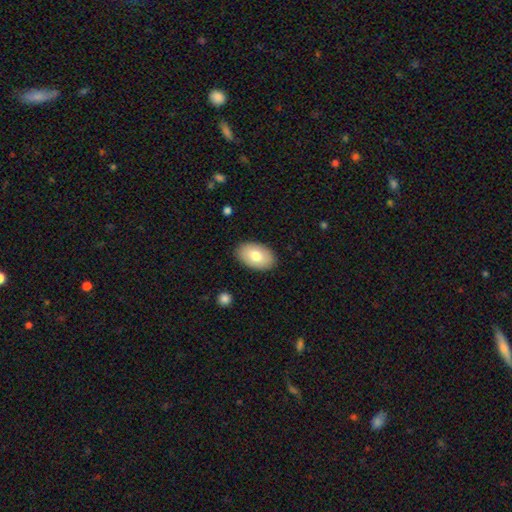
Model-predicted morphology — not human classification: smooth_or_featured: smooth (p=0.77) [alt: featured or disk p=0.17]
how_rounded: in between (p=0.93) [alt: round p=0.06]
merging: none (p=0.87) [alt: minor disturbance p=0.09]